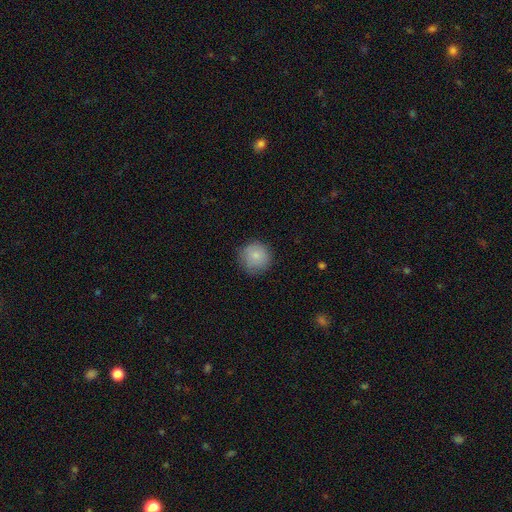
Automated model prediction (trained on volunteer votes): smooth 83%, featured or disk 9%, star or artifact 7%. Down the decision tree: how rounded — round (94%); merging — none (82%).